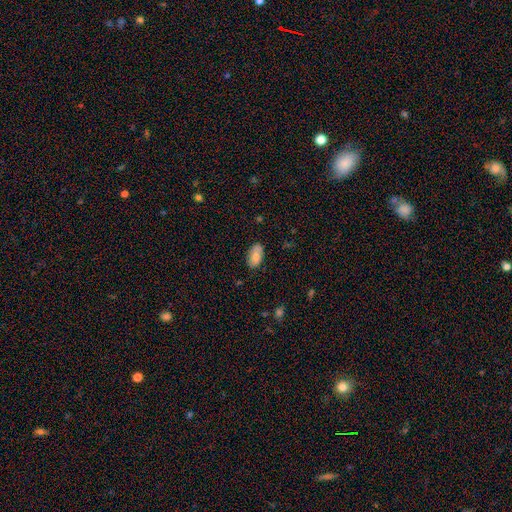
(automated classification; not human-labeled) Morphology: type=smooth (82%); roundness=in between (94%); merging=none (77%).